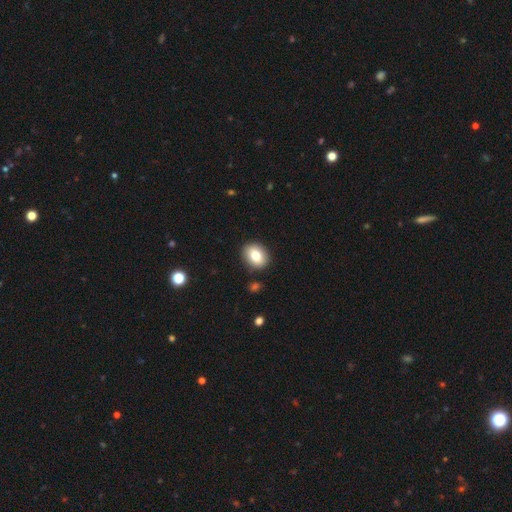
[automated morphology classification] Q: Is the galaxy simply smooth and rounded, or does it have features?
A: smooth — 78%.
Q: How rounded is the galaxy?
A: in between — 54%.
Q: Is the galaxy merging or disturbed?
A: none — 88%.